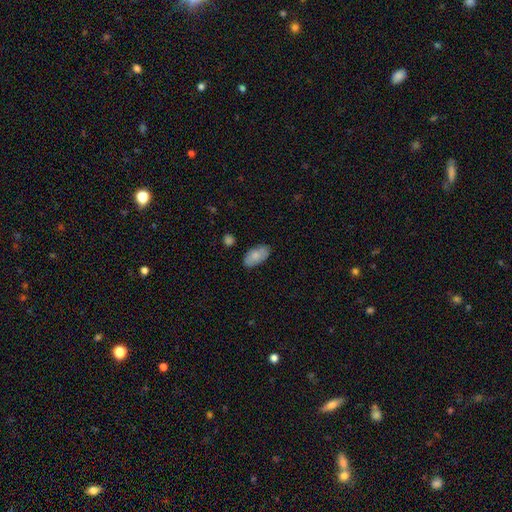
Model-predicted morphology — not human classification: Smooth or featured: smooth — 80% (featured or disk — 14%)
How rounded: in between — 94% (cigar-shaped — 3%)
Merging: none — 80% (minor disturbance — 15%)